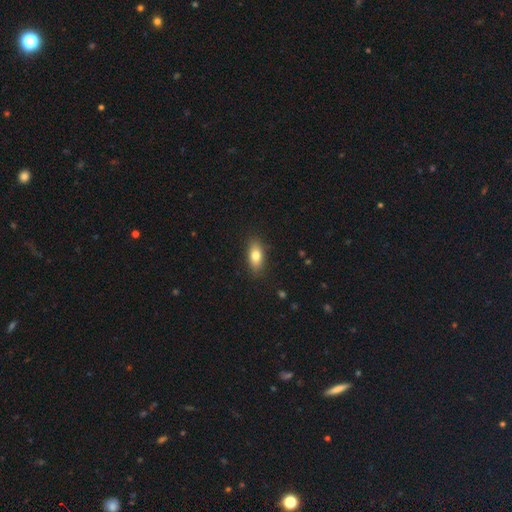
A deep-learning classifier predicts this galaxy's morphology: Smooth or featured?
  - smooth: 79% *
  - featured or disk: 14%
  - star or artifact: 7%
How rounded?
  - in between: 84% *
  - cigar-shaped: 11%
  - round: 5%
Merging?
  - none: 85% *
  - minor disturbance: 11%
  - major disturbance: 2%
  - merger: 1%